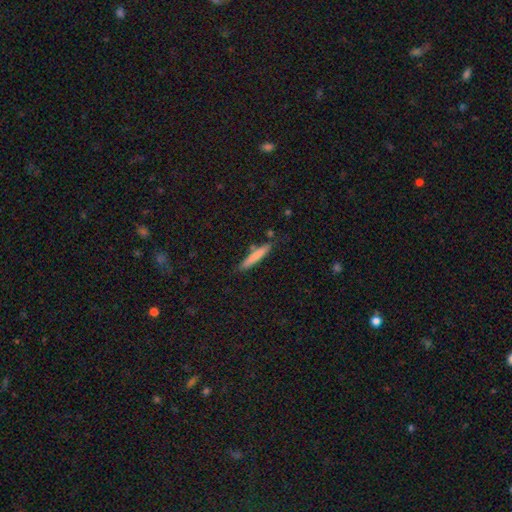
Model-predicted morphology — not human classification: type=smooth (75%); roundness=cigar-shaped (92%); merging=none (81%).